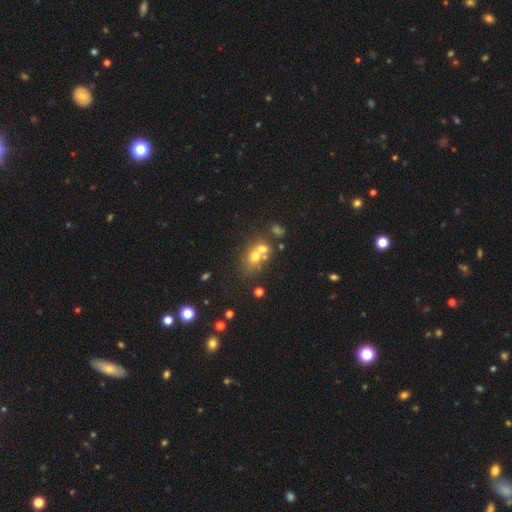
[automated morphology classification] The model was most divided on "merging": merger: 48%, none: 37%, minor disturbance: 10%, major disturbance: 5%. More confident: smooth or featured — smooth (59%); how rounded — round (56%).